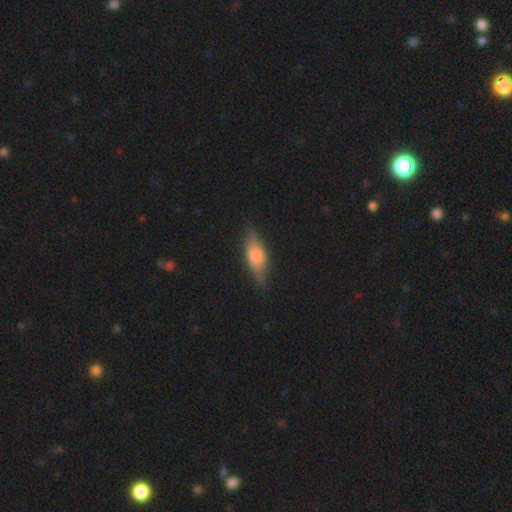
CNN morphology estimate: This is possibly a smooth galaxy (50%). How rounded: likely in between (65%). Merging: likely none (78%).